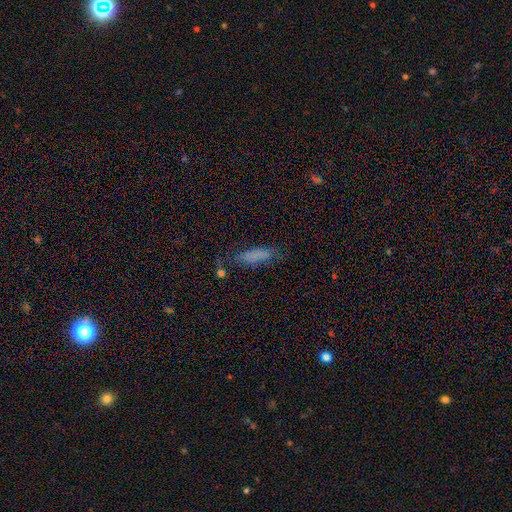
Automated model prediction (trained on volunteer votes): Q: Smooth or featured?
A: smooth (72%); runner-up: featured or disk (15%)
Q: How rounded?
A: cigar-shaped (52%); runner-up: in between (46%)
Q: Merging?
A: none (58%); runner-up: minor disturbance (25%)